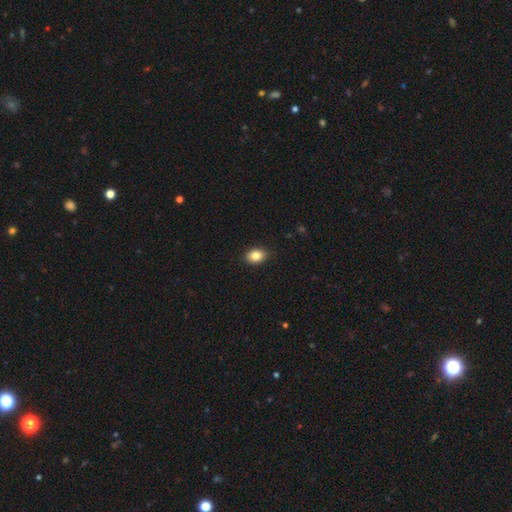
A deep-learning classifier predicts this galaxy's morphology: A smooth galaxy with no disk features (85%) that is in between round and cigar-shaped (72%).

Vote fractions:
- Smooth or featured? smooth: 85% / star or artifact: 9% / featured or disk: 6%
- How rounded? in between: 72% / round: 27% / cigar-shaped: 1%
- Merging? none: 86% / minor disturbance: 11% / major disturbance: 2% / merger: 1%